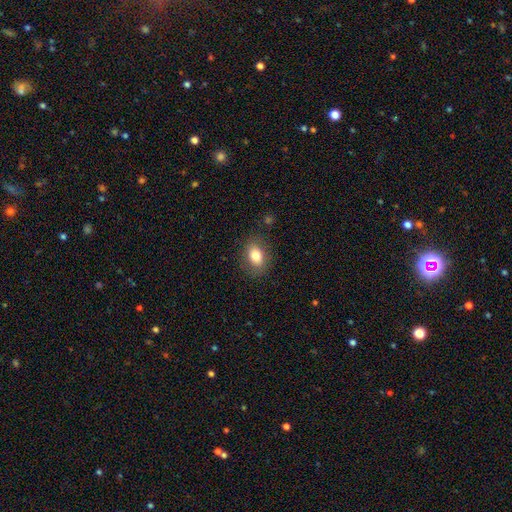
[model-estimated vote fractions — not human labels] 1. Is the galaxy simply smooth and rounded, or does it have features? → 79% smooth, 12% featured or disk, 9% star or artifact.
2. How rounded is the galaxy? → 77% in between, 21% round, 2% cigar-shaped.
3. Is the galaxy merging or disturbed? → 84% none, 12% minor disturbance, 4% major disturbance, 1% merger.